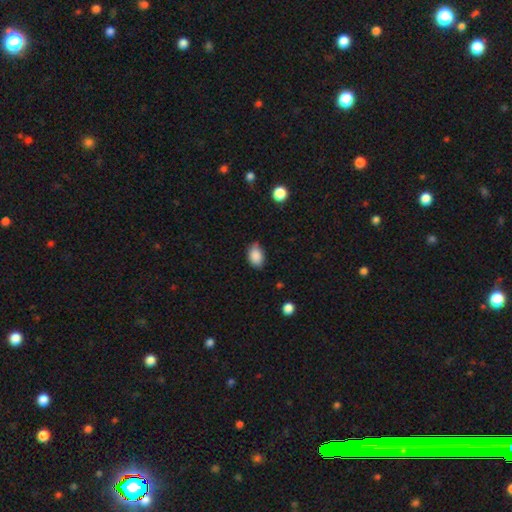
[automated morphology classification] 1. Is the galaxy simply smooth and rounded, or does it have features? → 88% smooth, 8% star or artifact, 5% featured or disk.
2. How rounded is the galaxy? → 84% in between, 15% round, 1% cigar-shaped.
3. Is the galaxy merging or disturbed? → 70% none, 25% minor disturbance, 4% major disturbance, 2% merger.